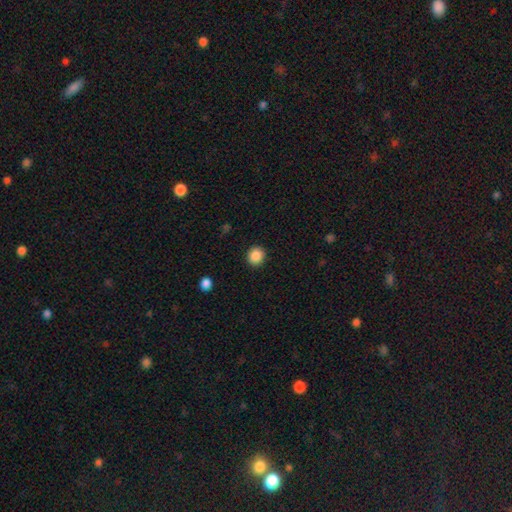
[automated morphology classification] smooth_or_featured: smooth (p=0.88) [alt: star or artifact p=0.09]
how_rounded: round (p=0.81) [alt: in between p=0.18]
merging: none (p=0.91) [alt: minor disturbance p=0.06]